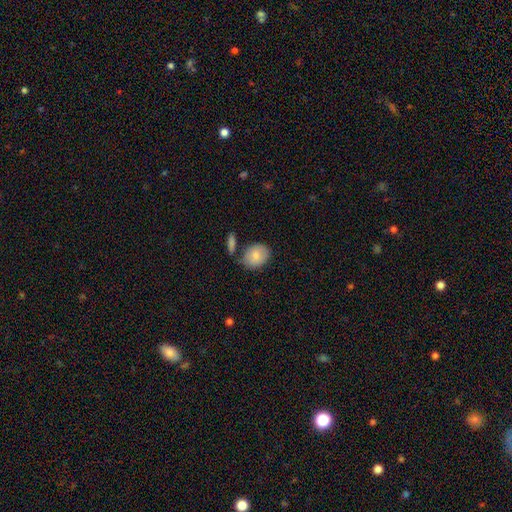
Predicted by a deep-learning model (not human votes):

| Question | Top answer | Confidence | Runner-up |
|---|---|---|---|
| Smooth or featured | smooth | 82% | featured or disk (11%) |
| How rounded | in between | 63% | round (35%) |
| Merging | none | 65% | minor disturbance (18%) |